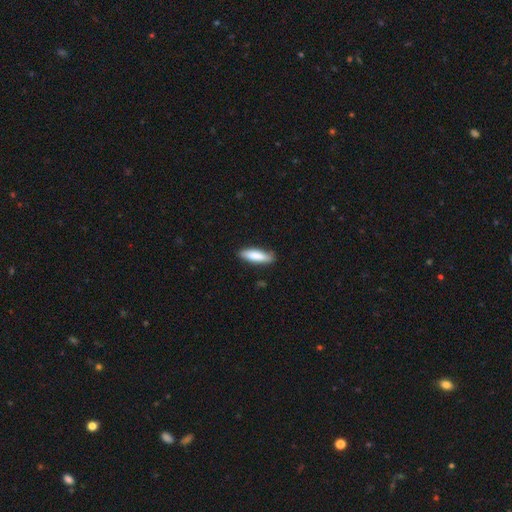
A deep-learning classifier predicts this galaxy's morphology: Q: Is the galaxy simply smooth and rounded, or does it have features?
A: smooth — 83%.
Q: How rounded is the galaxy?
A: cigar-shaped — 60%.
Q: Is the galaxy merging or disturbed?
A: none — 81%.